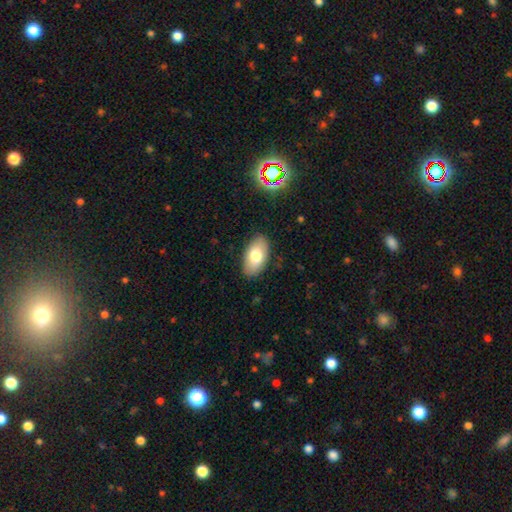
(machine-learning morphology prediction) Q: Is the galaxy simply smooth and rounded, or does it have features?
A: smooth — 76%.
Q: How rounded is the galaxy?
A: in between — 95%.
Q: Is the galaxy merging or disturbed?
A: none — 86%.